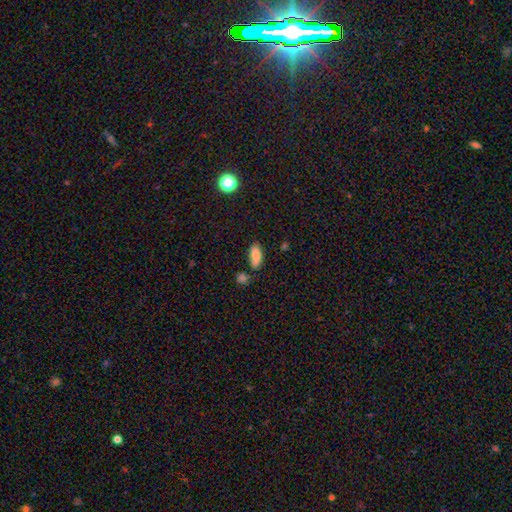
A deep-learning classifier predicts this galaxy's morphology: Smooth or featured: smooth — 82% (featured or disk — 10%)
How rounded: in between — 88% (cigar-shaped — 10%)
Merging: none — 74% (minor disturbance — 16%)